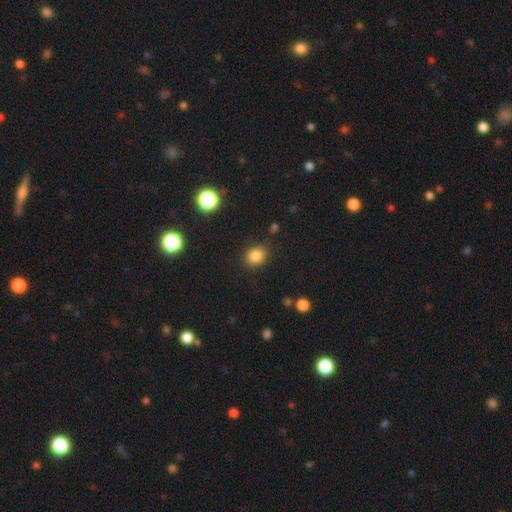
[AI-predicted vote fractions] This appears to be a smooth galaxy with no disk features (84%) that is round (62%). Merging: none (86%).